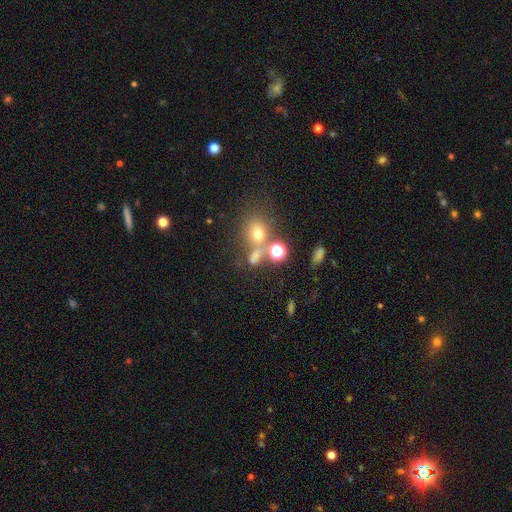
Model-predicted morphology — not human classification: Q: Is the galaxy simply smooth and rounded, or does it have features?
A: smooth — 60%.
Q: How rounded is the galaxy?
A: round — 61%.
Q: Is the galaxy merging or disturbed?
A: none — 49%.